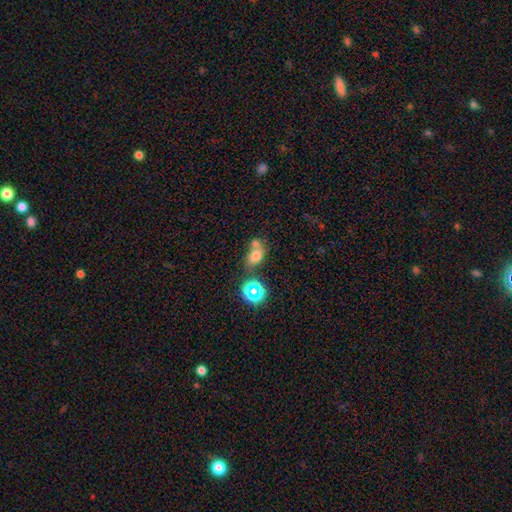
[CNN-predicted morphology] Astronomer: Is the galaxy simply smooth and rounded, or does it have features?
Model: smooth — 67%.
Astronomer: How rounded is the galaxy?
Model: in between — 67%.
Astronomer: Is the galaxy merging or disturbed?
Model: merger — 42% (runner-up: none, 38%).